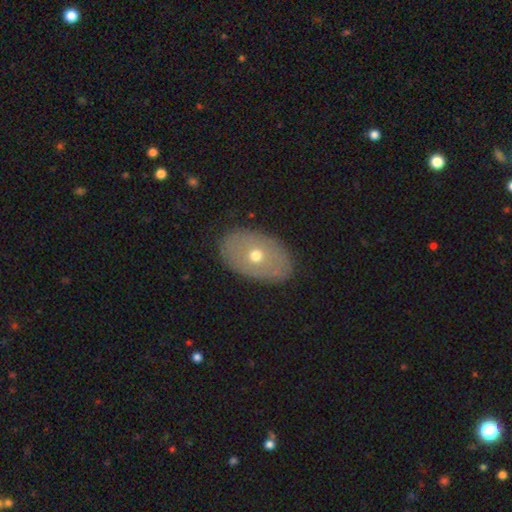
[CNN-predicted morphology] Smooth or featured: smooth — 50% (featured or disk — 43%)
Merging: none — 85% (minor disturbance — 11%)